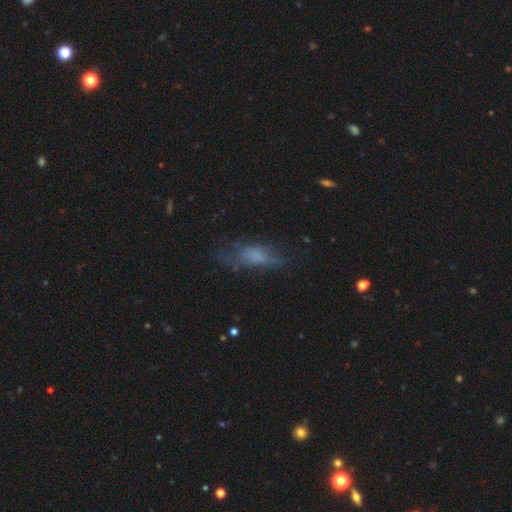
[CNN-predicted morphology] Smooth or featured? smooth (51%)
How rounded? in between (66%)
Merging? none (43%)